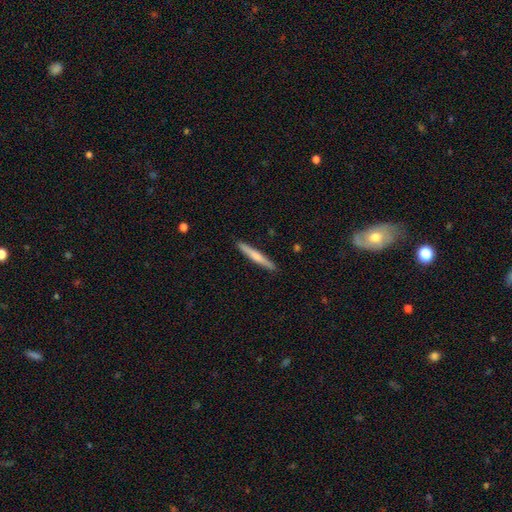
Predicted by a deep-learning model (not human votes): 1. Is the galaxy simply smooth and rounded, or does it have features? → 57% smooth, 38% featured or disk, 5% star or artifact.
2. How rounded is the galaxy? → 95% cigar-shaped, 3% in between, 1% round.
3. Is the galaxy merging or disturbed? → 91% none, 6% minor disturbance, 1% major disturbance, 1% merger.